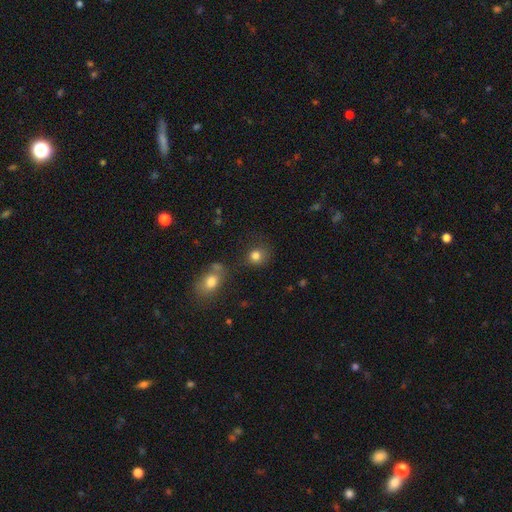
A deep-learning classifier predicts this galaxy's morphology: This is clearly a smooth galaxy (82%). How rounded: clearly round (81%). Merging: likely none (70%).